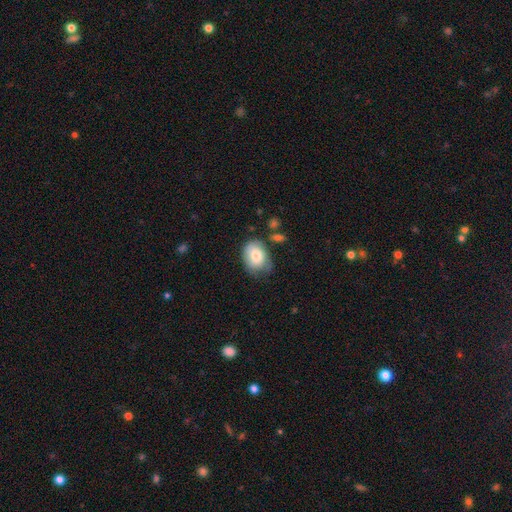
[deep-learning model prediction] Morphology: type=smooth (76%); roundness=in between (63%); merging=none (54%).